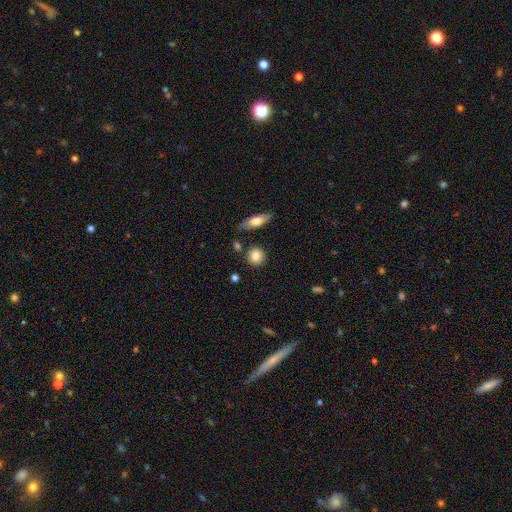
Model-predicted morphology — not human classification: Smooth or featured? Predicted: smooth (p=0.83). How rounded? Predicted: round (p=0.85). Merging? Predicted: none (p=0.84).